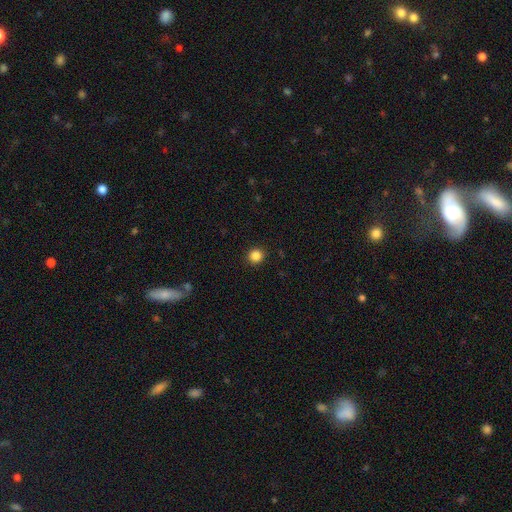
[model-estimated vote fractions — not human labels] A smooth galaxy with no disk features (85%) that is round (92%). Merging: none (92%).